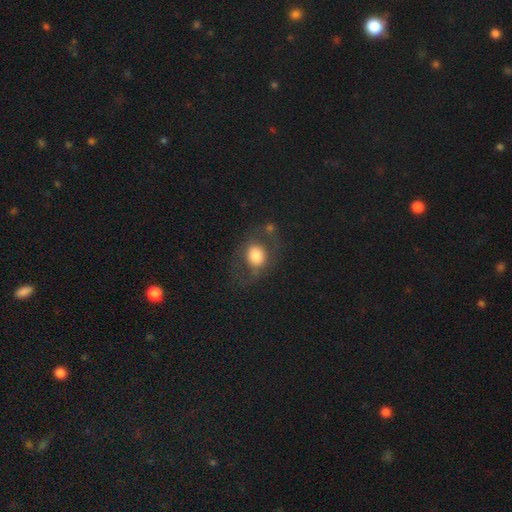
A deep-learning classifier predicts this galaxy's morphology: Overall: smooth (67%). How rounded: round (54%; in between 45%). Merging: none (59%; minor disturbance 19%).